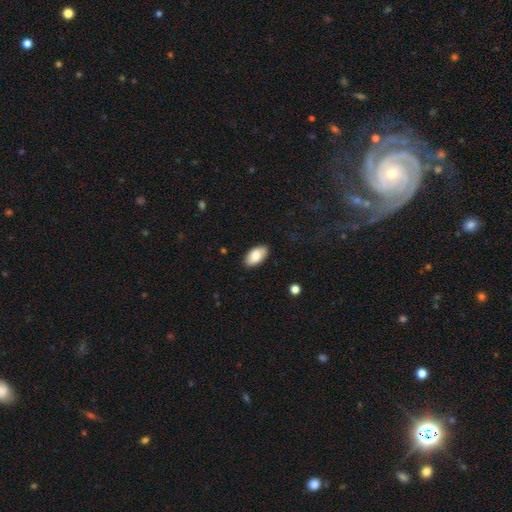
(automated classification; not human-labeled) smooth 83%, featured or disk 10%, star or artifact 6%. Down the decision tree: how rounded — in between (95%); merging — none (87%).